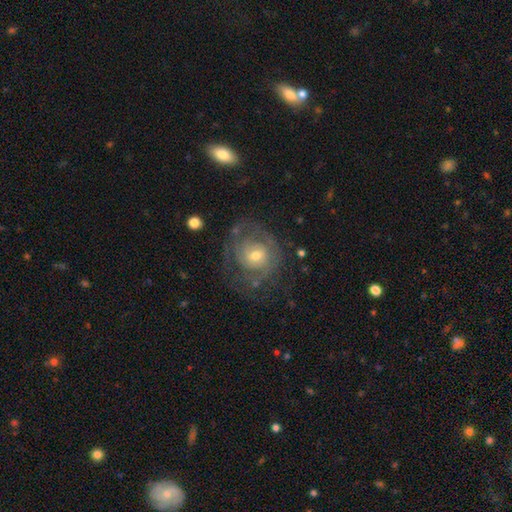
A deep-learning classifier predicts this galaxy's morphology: smooth_or_featured: featured or disk (p=0.72) [alt: smooth p=0.21]
disk_edge_on: no (p=0.97) [alt: yes p=0.03]
bar: no (p=0.76) [alt: weak p=0.20]
has_spiral_arms: yes (p=0.76) [alt: no p=0.24]
spiral_winding: tight (p=0.63) [alt: medium p=0.26]
spiral_arm_count: can't tell (p=0.49) [alt: 2 p=0.25]
bulge_size: moderate (p=0.52) [alt: small p=0.42]
merging: none (p=0.61) [alt: minor disturbance p=0.19]